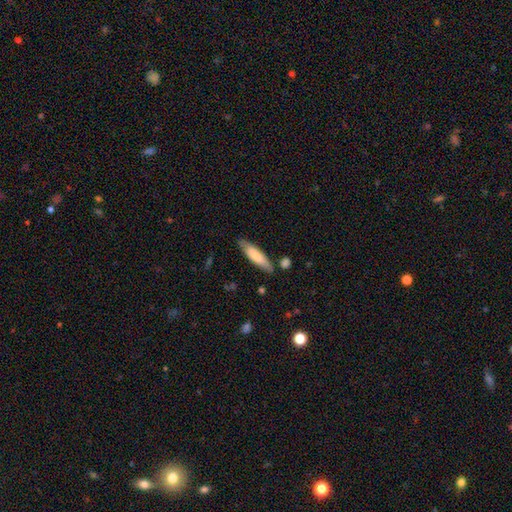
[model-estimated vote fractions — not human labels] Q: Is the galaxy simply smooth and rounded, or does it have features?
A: smooth — 76%.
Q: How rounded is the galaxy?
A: cigar-shaped — 69%.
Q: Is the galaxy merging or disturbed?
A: none — 80%.